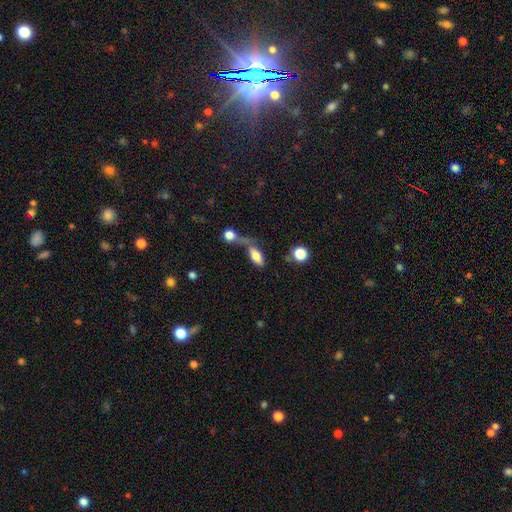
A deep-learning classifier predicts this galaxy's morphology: This appears to be a smooth galaxy with no disk features (78%) that is in between round and cigar-shaped (85%). Merging: merger (38%, tied with none).